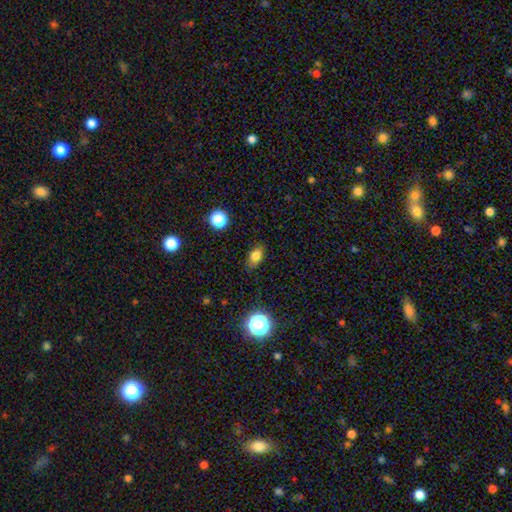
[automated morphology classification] smooth_or_featured: smooth (p=0.79) [alt: star or artifact p=0.12]
how_rounded: in between (p=0.81) [alt: round p=0.16]
merging: none (p=0.82) [alt: minor disturbance p=0.14]